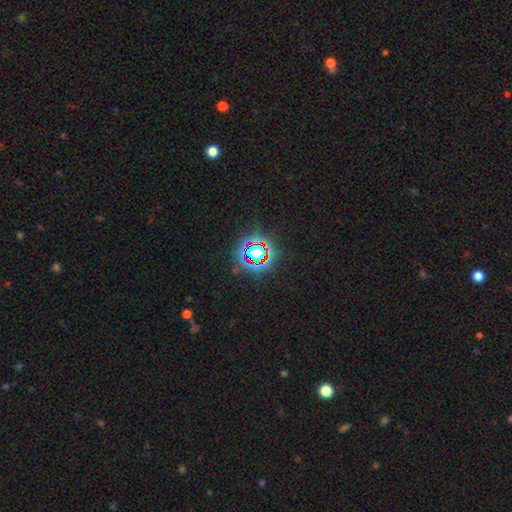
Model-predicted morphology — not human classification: type=star or artifact (77%).